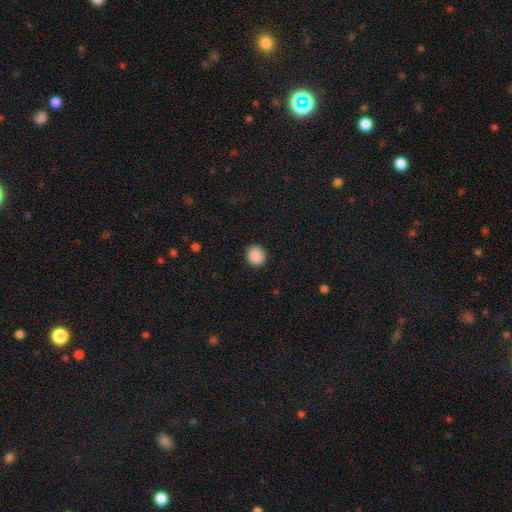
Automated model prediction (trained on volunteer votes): smooth-or-featured: smooth: 89% | star or artifact: 8% | featured or disk: 2%
  how-rounded: round: 82% | in between: 17% | cigar-shaped: 1%
  merging: none: 91% | minor disturbance: 6% | major disturbance: 2% | merger: 1%